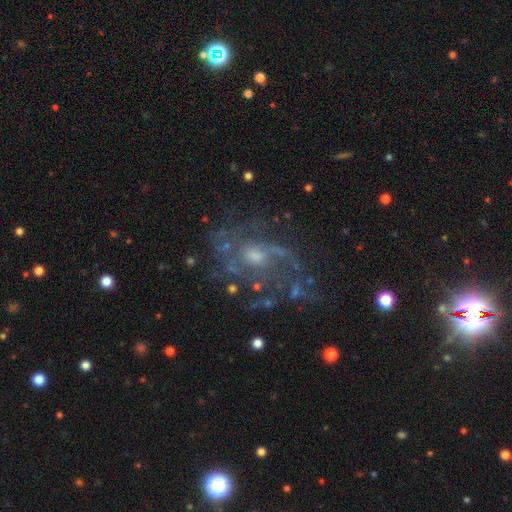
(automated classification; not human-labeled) smooth_or_featured: featured or disk (p=0.79) [alt: star or artifact p=0.11]
disk_edge_on: no (p=0.97) [alt: yes p=0.03]
bar: no (p=0.66) [alt: weak p=0.29]
has_spiral_arms: yes (p=0.83) [alt: no p=0.17]
spiral_winding: medium (p=0.41) [alt: loose p=0.40]
spiral_arm_count: 2 (p=0.32) [alt: can't tell p=0.31]
bulge_size: small (p=0.46) [alt: moderate p=0.44]
merging: none (p=0.55) [alt: major disturbance p=0.23]